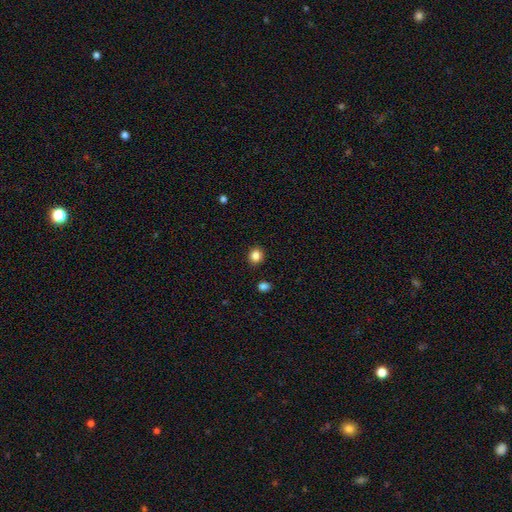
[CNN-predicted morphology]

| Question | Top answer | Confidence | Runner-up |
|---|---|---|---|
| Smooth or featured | smooth | 85% | star or artifact (11%) |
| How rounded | round | 77% | in between (22%) |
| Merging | none | 89% | minor disturbance (7%) |